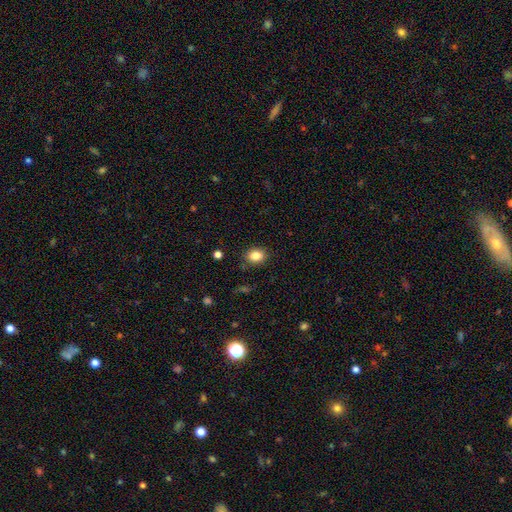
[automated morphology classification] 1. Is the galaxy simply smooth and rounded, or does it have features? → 85% smooth, 10% star or artifact, 5% featured or disk.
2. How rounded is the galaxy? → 57% in between, 42% round, 1% cigar-shaped.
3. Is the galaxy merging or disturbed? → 85% none, 10% minor disturbance, 3% major disturbance, 2% merger.